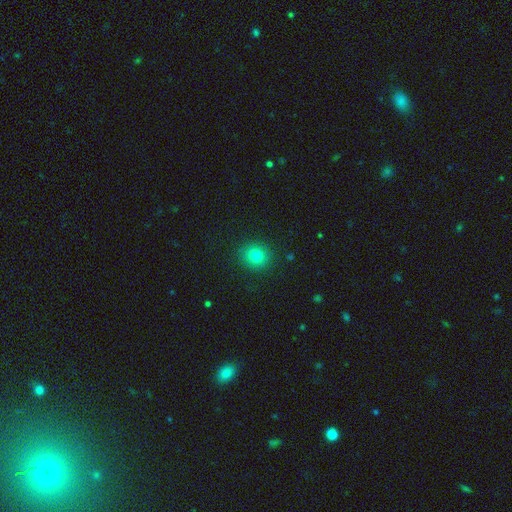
smooth_or_featured: smooth (p=0.86) [alt: featured or disk p=0.08]
how_rounded: round (p=0.88) [alt: in between p=0.12]
merging: none (p=1.00)